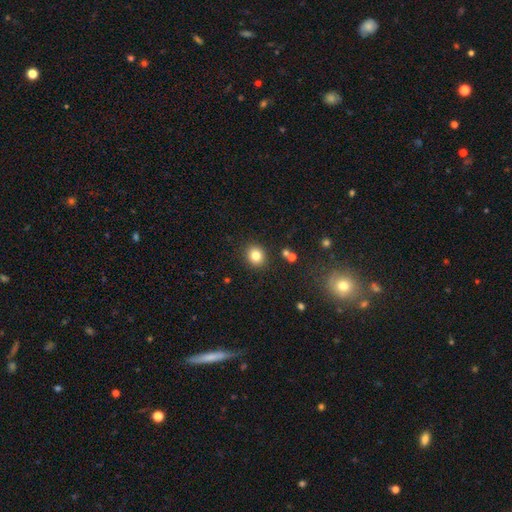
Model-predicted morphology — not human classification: Q: Smooth or featured?
A: smooth (81%); runner-up: star or artifact (12%)
Q: How rounded?
A: round (78%); runner-up: in between (21%)
Q: Merging?
A: none (89%); runner-up: minor disturbance (7%)